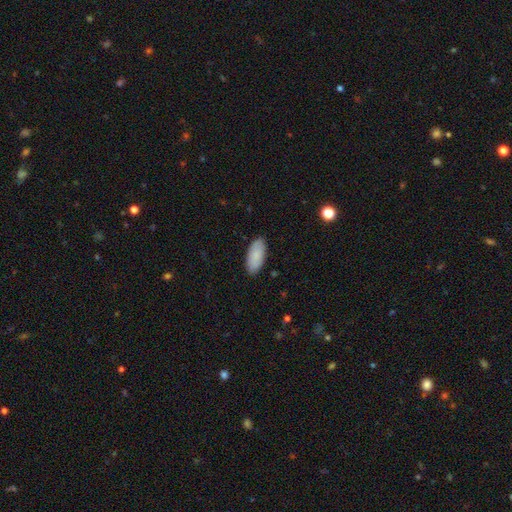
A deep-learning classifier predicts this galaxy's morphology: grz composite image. It shows a smooth galaxy with no disk features (88%) that is in between round and cigar-shaped (91%). Merging: none (88%).